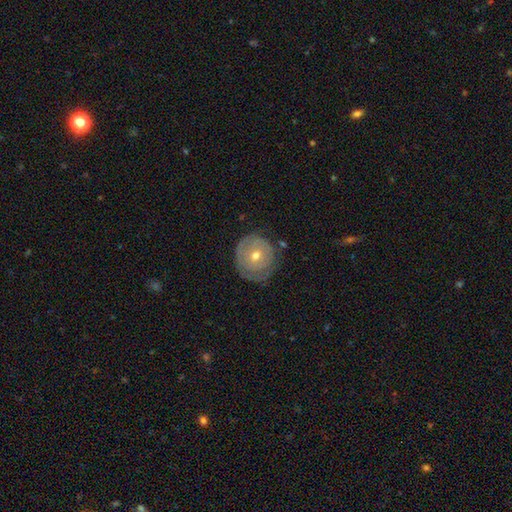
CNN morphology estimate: smooth-or-featured: featured or disk: 55% | smooth: 37% | star or artifact: 8%
  disk-edge-on: no: 96% | yes: 4%
    bar: no: 85% | weak: 12% | strong: 3%
    has-spiral-arms: yes: 57% | no: 43%
    bulge-size: moderate: 58% | small: 38% | large: 2% | none: 1% | dominant: 1%
  merging: none: 68% | minor disturbance: 22% | major disturbance: 8% | merger: 2%